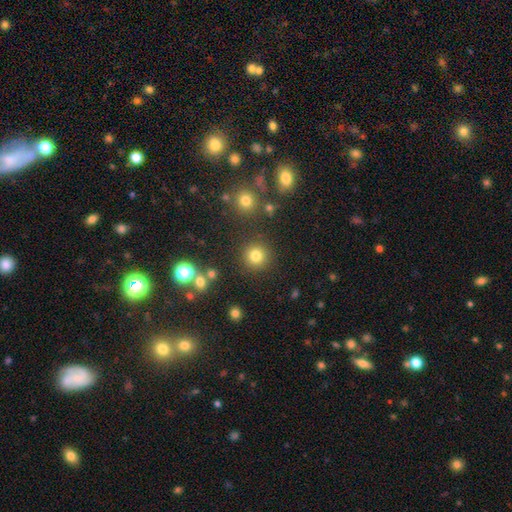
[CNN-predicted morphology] This appears to be a smooth galaxy with no disk features (80%) that is round (95%). Merging: none (88%).